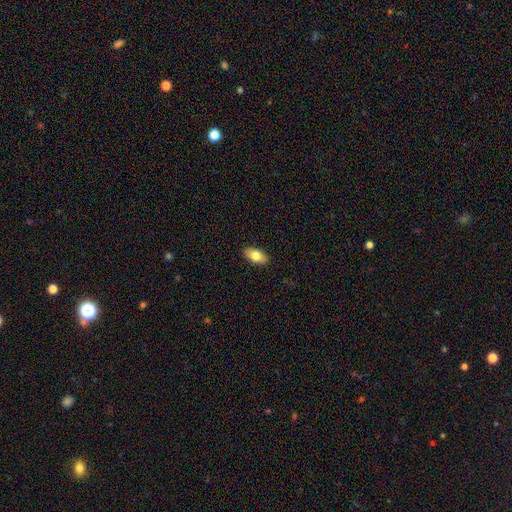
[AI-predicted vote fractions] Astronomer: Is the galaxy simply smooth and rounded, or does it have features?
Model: smooth — 76%.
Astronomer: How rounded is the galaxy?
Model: in between — 91%.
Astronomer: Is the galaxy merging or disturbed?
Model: none — 89%.